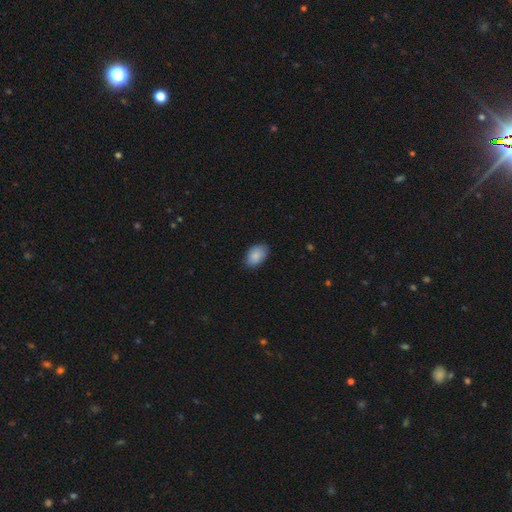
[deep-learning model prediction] Smooth or featured? smooth (87%)
How rounded? in between (90%)
Merging? none (83%)